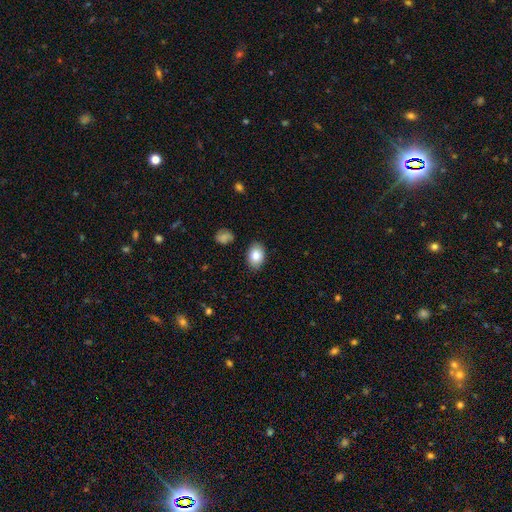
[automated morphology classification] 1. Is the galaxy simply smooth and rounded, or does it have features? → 83% smooth, 10% featured or disk, 8% star or artifact.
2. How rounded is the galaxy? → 81% in between, 18% round, 1% cigar-shaped.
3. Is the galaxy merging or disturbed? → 86% none, 10% minor disturbance, 2% major disturbance, 2% merger.